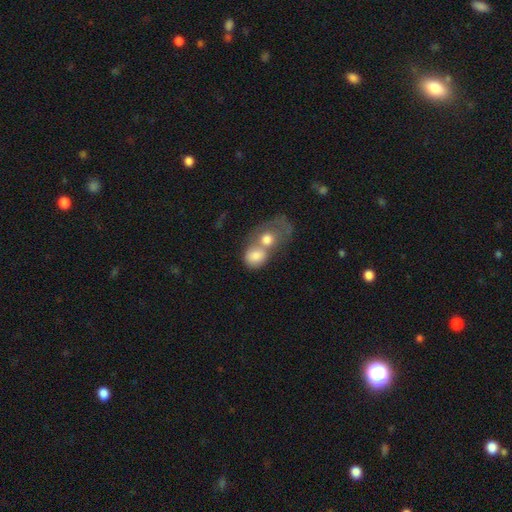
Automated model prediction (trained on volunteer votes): A smooth galaxy with no disk features (73%) that is round (57%). Merging: merger (73%).